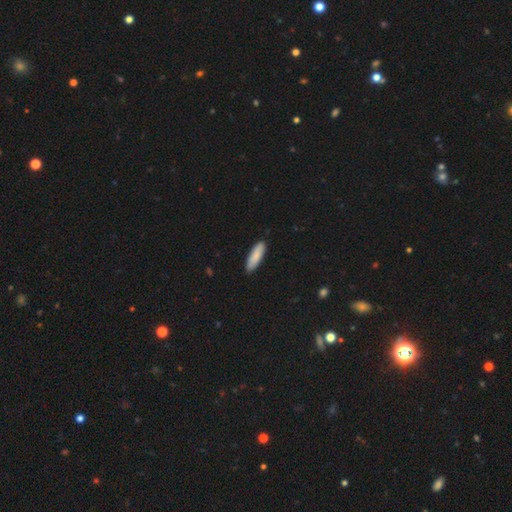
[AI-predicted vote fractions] Smooth or featured? Predicted: smooth (p=0.87). How rounded? Predicted: cigar-shaped (p=0.57). Merging? Predicted: none (p=0.88).